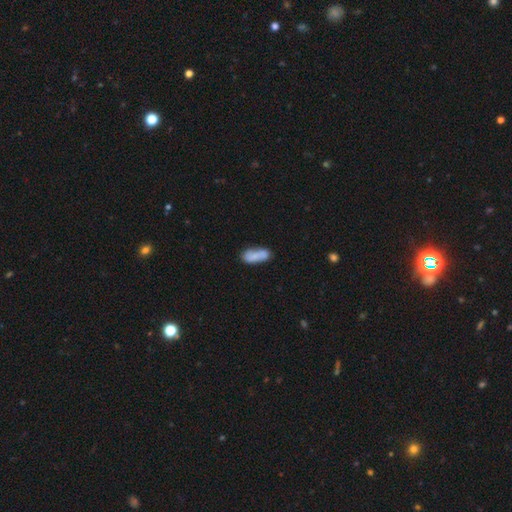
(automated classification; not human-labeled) A smooth galaxy with no disk features (75%) that is in between round and cigar-shaped (75%). Merging: none (54%).